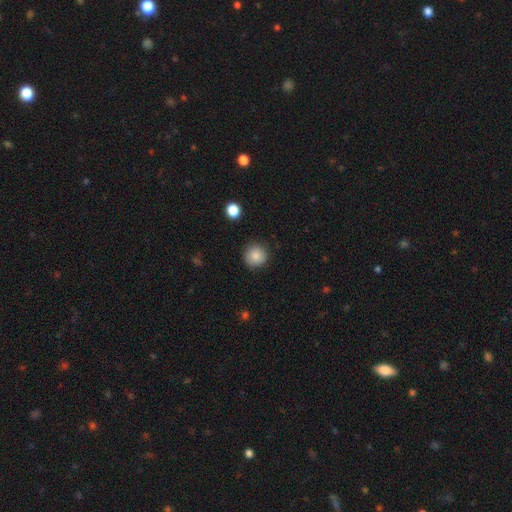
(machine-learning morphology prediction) This appears to be a smooth galaxy with no disk features (85%) that is round (94%). Merging: none (89%).